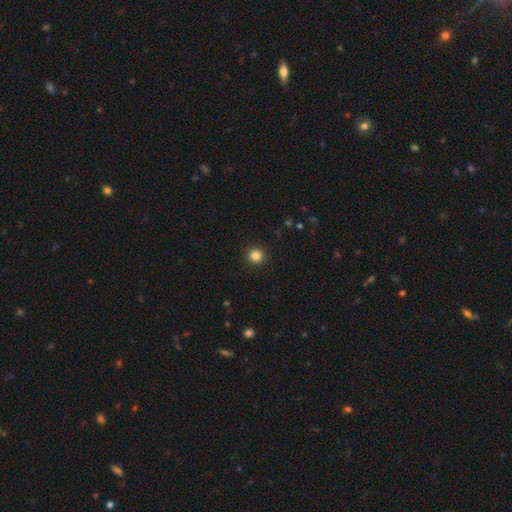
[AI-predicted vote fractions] Overall: smooth (84%). How rounded: round (95%). Merging: none (93%).